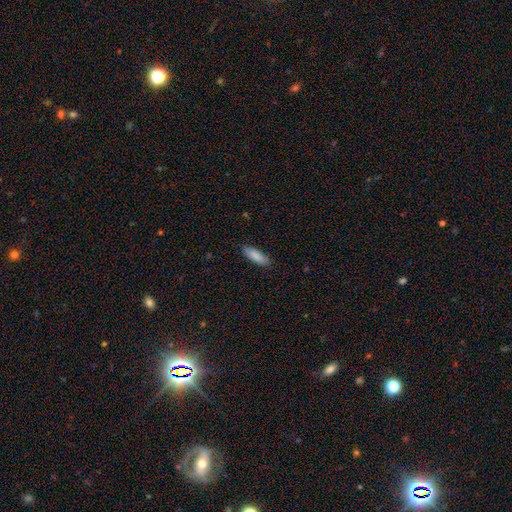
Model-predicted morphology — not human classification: Smooth or featured: smooth — 88% (featured or disk — 6%)
How rounded: in between — 56% (cigar-shaped — 42%)
Merging: none — 85% (minor disturbance — 12%)